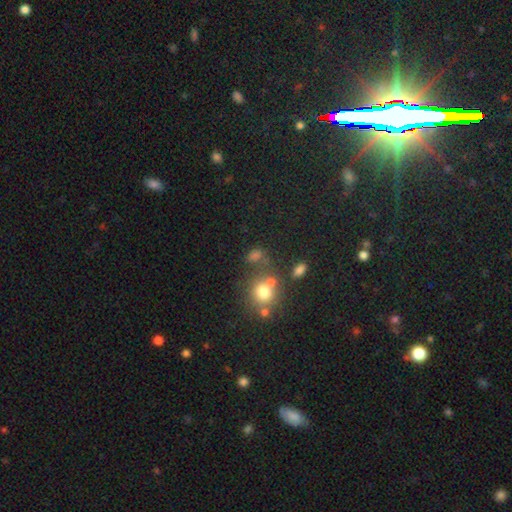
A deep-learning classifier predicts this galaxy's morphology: smooth_or_featured: smooth (p=0.67) [alt: star or artifact p=0.22]
how_rounded: round (p=0.56) [alt: in between p=0.42]
merging: none (p=0.53) [alt: merger p=0.23]